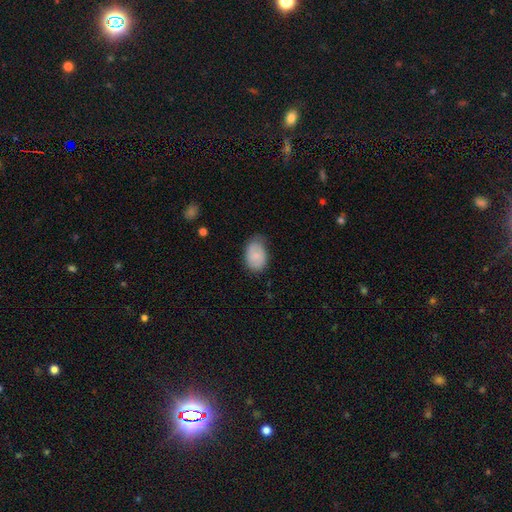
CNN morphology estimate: Smooth or featured?
  - smooth: 81% *
  - featured or disk: 12%
  - star or artifact: 7%
How rounded?
  - in between: 86% *
  - round: 13%
  - cigar-shaped: 1%
Merging?
  - none: 61% *
  - minor disturbance: 31%
  - major disturbance: 6%
  - merger: 2%